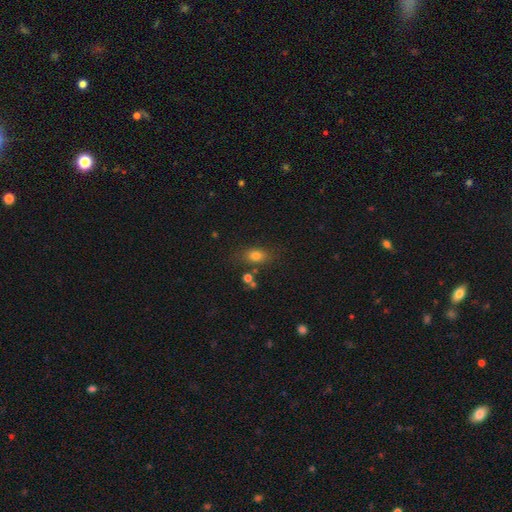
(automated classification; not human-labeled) The model was most divided on "how rounded": in between: 73%, round: 22%, cigar-shaped: 5%. More confident: smooth or featured — smooth (76%); merging — none (73%).